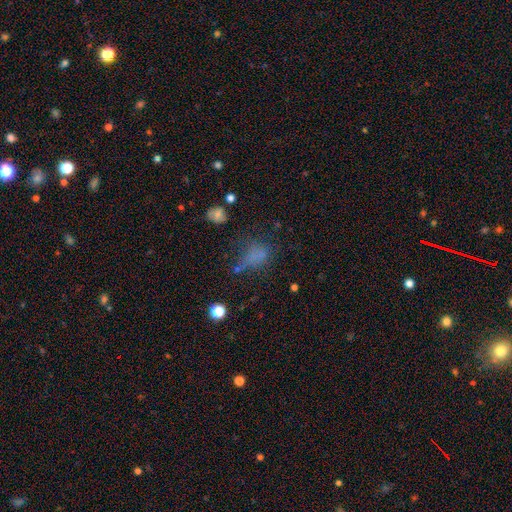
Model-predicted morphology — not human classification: type=smooth (57%); roundness=in between (62%); merging=none (40%).